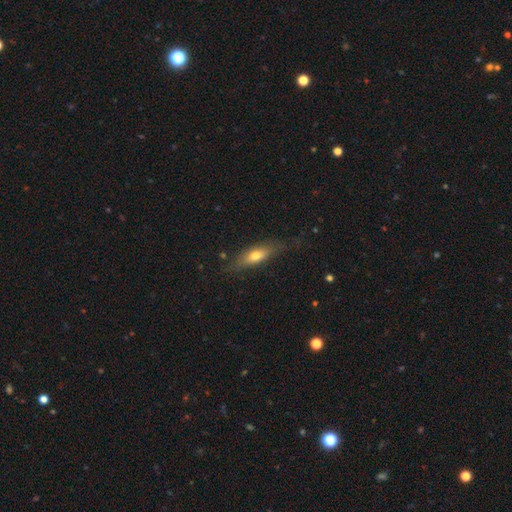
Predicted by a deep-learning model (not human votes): Morphology: type=smooth (60%); roundness=in between (50%); merging=none (73%).